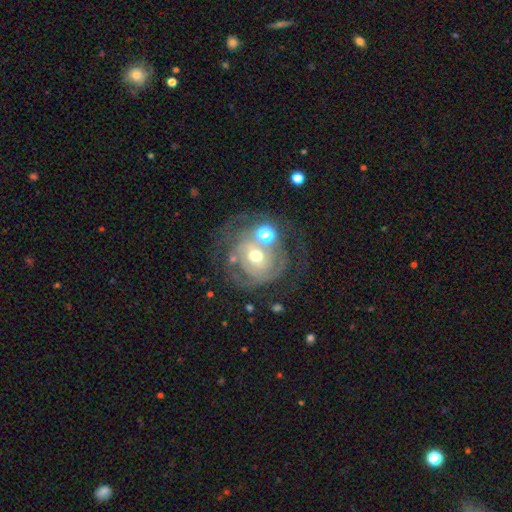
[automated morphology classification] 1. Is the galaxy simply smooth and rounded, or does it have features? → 76% featured or disk, 15% smooth, 9% star or artifact.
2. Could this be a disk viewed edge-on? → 97% no, 3% yes.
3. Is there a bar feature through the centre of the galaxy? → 68% no, 23% weak, 9% strong.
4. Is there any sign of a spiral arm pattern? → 81% yes, 19% no.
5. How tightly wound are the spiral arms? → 67% tight, 25% medium, 9% loose.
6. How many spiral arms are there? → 39% can't tell, 29% 2, 14% 3, 8% 1, 5% 4, 4% more than 4.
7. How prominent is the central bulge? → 64% moderate, 27% small, 6% large, 2% none, 1% dominant.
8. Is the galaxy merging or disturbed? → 51% none, 16% major disturbance, 16% merger, 16% minor disturbance.